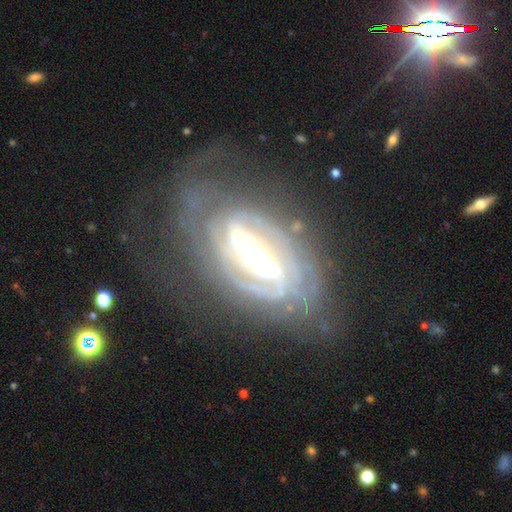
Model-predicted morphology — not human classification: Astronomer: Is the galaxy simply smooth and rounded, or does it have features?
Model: featured or disk — 88%.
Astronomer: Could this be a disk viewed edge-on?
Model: no — 89%.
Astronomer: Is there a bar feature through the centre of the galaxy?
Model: strong — 82%.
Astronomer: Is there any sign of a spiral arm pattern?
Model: yes — 91%.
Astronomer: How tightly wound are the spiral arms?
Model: tight — 59%.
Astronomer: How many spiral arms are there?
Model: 2 — 60%.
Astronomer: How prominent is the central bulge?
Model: moderate — 44% (runner-up: large, 34%).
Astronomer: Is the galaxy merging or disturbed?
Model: none — 59%.